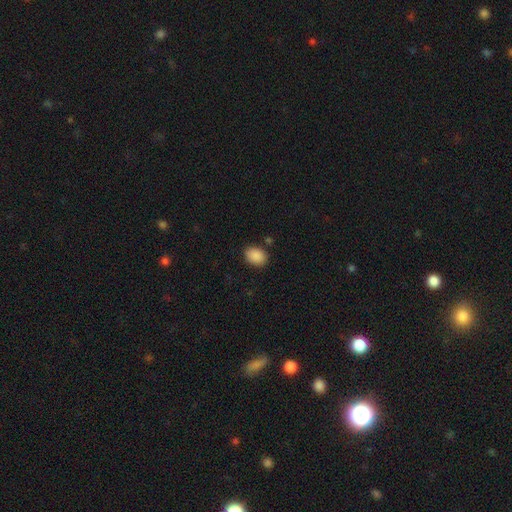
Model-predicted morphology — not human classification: smooth_or_featured: smooth (p=0.89) [alt: star or artifact p=0.08]
how_rounded: in between (p=0.76) [alt: round p=0.23]
merging: none (p=0.85) [alt: minor disturbance p=0.10]